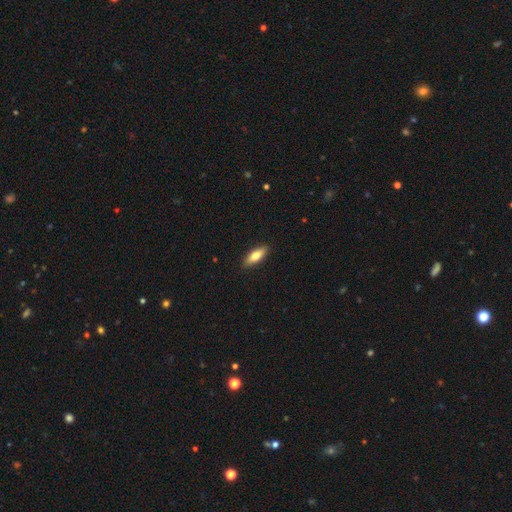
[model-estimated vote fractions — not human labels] The model was most divided on "how rounded": in between: 63%, cigar-shaped: 35%, round: 2%. More confident: merging — none (90%); smooth or featured — smooth (74%).